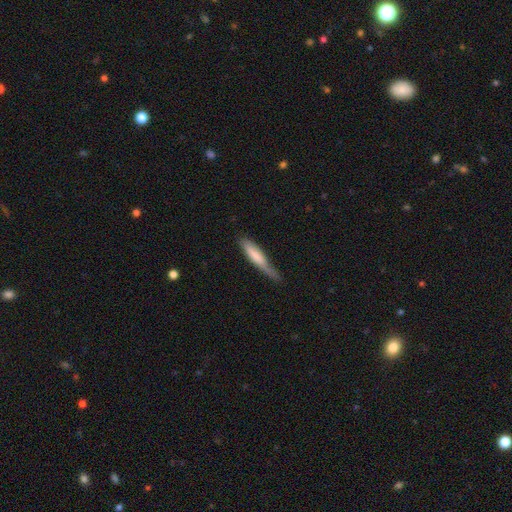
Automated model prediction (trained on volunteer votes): smooth_or_featured: smooth (p=0.69) [alt: featured or disk p=0.25]
how_rounded: cigar-shaped (p=0.82) [alt: in between p=0.17]
merging: none (p=0.47) [alt: minor disturbance p=0.38]